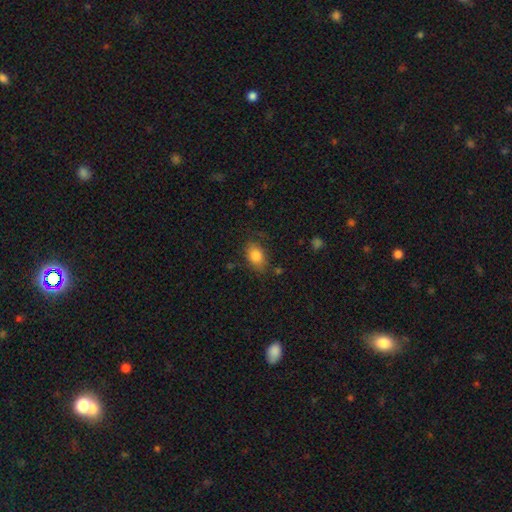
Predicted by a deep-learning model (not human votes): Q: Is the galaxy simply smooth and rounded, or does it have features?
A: smooth — 83%.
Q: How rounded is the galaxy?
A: in between — 82%.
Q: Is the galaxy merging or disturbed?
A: none — 73%.